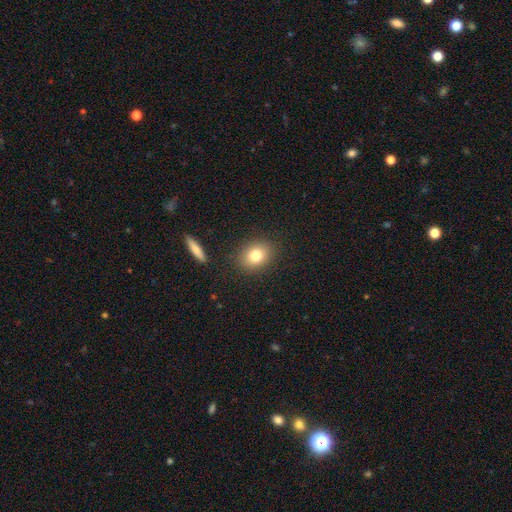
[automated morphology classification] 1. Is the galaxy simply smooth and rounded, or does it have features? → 80% smooth, 10% star or artifact, 10% featured or disk.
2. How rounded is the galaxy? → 51% in between, 48% round, 1% cigar-shaped.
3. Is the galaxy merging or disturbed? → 86% none, 9% minor disturbance, 3% major disturbance, 2% merger.